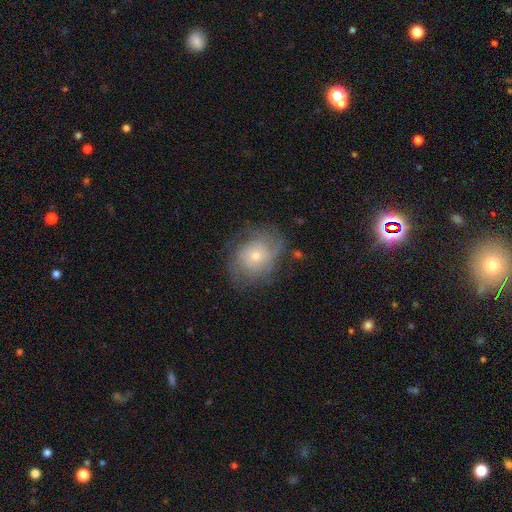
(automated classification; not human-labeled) Smooth or featured?
  - featured or disk: 58% *
  - smooth: 32%
  - star or artifact: 10%
Edge-on disk?
  - no: 96% *
  - yes: 4%
Bar?
  - no: 82% *
  - weak: 16%
  - strong: 3%
Spiral arms?
  - yes: 78% *
  - no: 22%
Bulge size?
  - small: 58% *
  - moderate: 37%
  - large: 3%
  - none: 1%
  - dominant: 1%
Merging?
  - none: 64% *
  - minor disturbance: 22%
  - major disturbance: 12%
  - merger: 2%